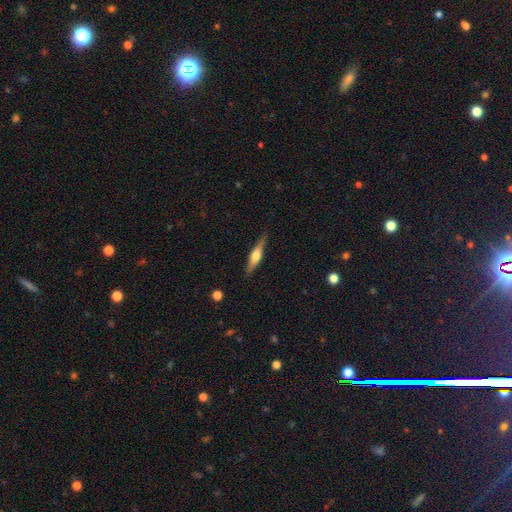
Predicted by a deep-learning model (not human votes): Smooth or featured: featured or disk — 63% (smooth — 32%)
Edge-on disk: yes — 96% (no — 4%)
Edge-on bulge: rounded — 88% (boxy — 8%)
Merging: none — 86% (minor disturbance — 11%)